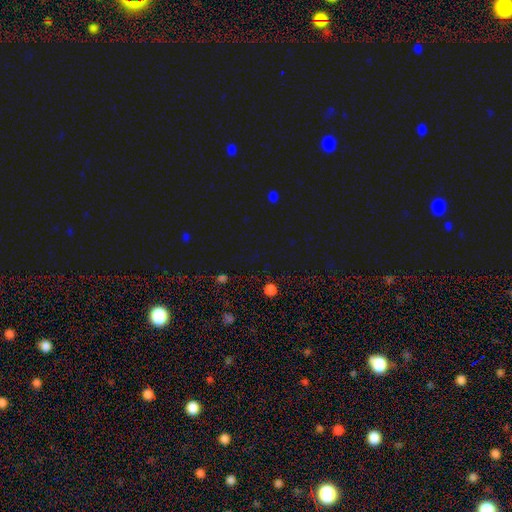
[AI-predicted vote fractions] Overall: star or artifact (68%).